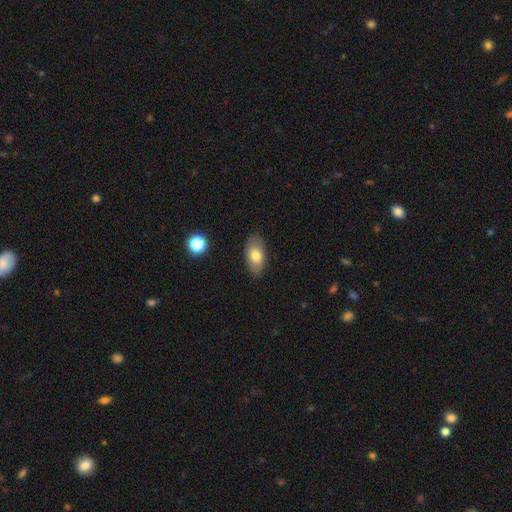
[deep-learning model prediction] A smooth galaxy with no disk features (74%) that is in between round and cigar-shaped (92%).

Vote fractions:
- Smooth or featured? smooth: 74% / featured or disk: 18% / star or artifact: 7%
- How rounded? in between: 92% / round: 5% / cigar-shaped: 3%
- Merging? none: 85% / minor disturbance: 11% / major disturbance: 3% / merger: 1%